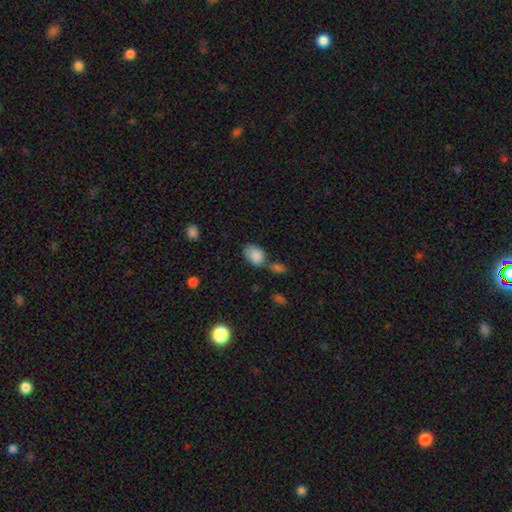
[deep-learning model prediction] A smooth galaxy with no disk features (85%) that is in between round and cigar-shaped (82%). Merging: none (45%).